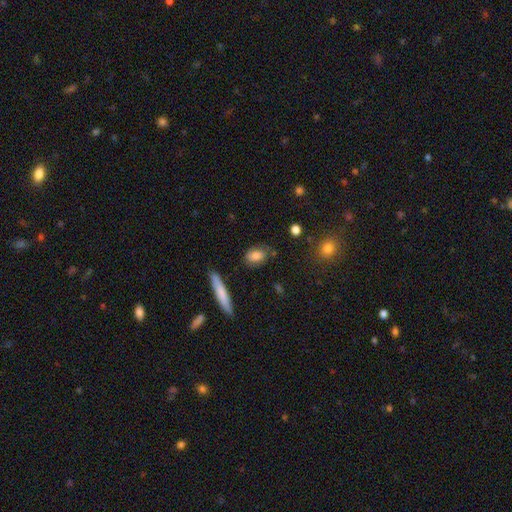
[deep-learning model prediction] Smooth or featured: smooth — 75% (featured or disk — 17%)
How rounded: in between — 79% (round — 15%)
Merging: none — 73% (minor disturbance — 19%)